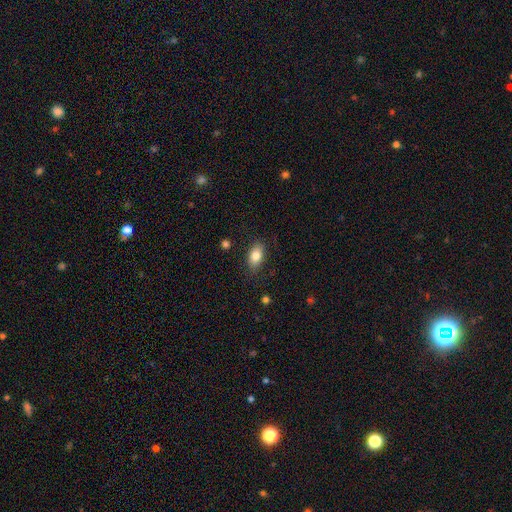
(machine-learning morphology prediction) Q: Smooth or featured?
A: smooth (82%); runner-up: featured or disk (10%)
Q: How rounded?
A: in between (89%); runner-up: round (7%)
Q: Merging?
A: none (84%); runner-up: minor disturbance (12%)